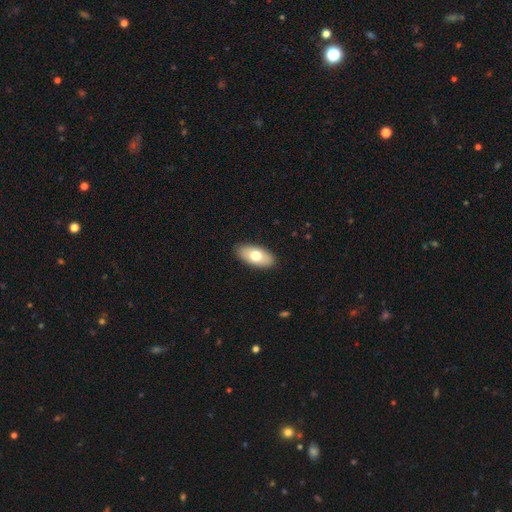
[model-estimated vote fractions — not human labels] A smooth galaxy with no disk features (71%) that is in between round and cigar-shaped (92%).

Vote fractions:
- Smooth or featured? smooth: 71% / featured or disk: 23% / star or artifact: 6%
- How rounded? in between: 92% / cigar-shaped: 5% / round: 3%
- Merging? none: 89% / minor disturbance: 8% / major disturbance: 2% / merger: 1%